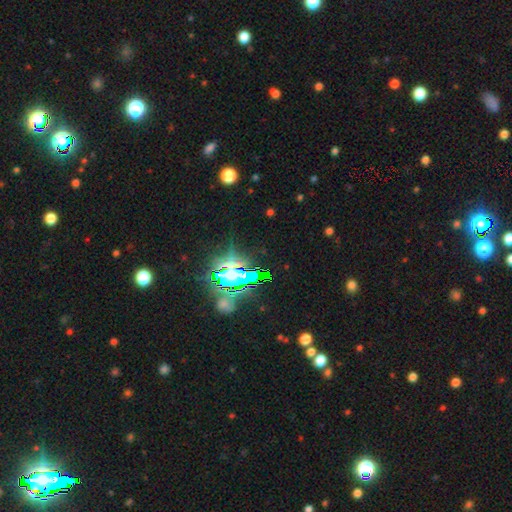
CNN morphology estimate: A star or artifact, not a galaxy (80%).